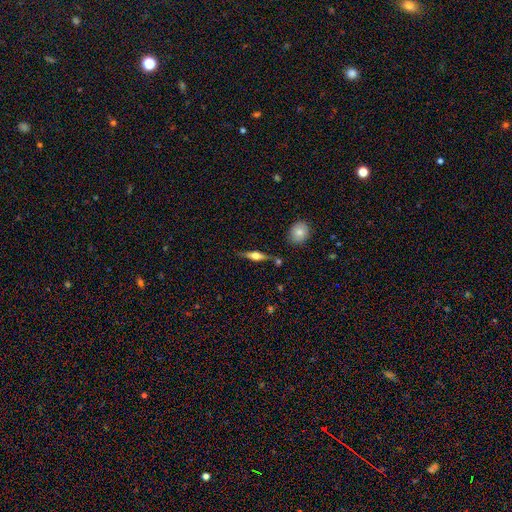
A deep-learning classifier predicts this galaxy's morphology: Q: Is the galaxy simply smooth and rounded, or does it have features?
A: featured or disk — 65%.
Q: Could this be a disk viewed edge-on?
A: yes — 96%.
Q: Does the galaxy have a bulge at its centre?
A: rounded — 87%.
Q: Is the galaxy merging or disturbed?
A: none — 80%.